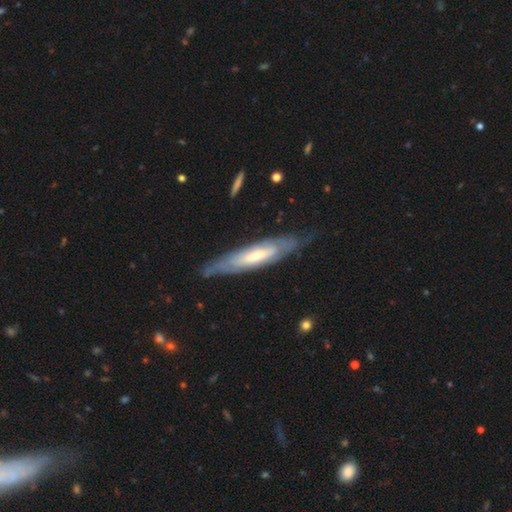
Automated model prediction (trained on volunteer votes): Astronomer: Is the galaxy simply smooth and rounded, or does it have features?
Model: featured or disk — 67%.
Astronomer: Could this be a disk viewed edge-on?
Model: yes — 51% (runner-up: no, 49%).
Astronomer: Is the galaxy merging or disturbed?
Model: none — 73%.